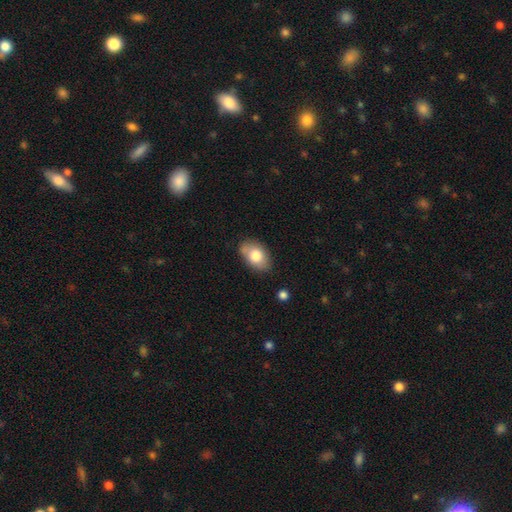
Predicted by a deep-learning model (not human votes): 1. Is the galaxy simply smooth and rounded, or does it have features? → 76% smooth, 16% featured or disk, 7% star or artifact.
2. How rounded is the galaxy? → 88% in between, 11% round, 1% cigar-shaped.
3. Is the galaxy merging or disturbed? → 77% none, 17% minor disturbance, 3% major disturbance, 3% merger.